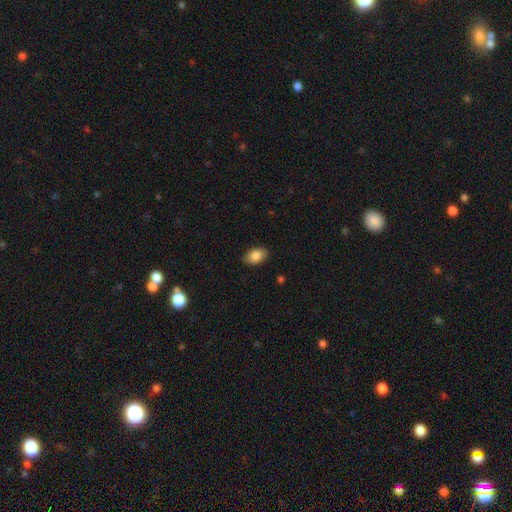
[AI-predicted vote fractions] This is clearly a smooth galaxy (85%). How rounded: clearly in between (89%). Merging: clearly none (87%).